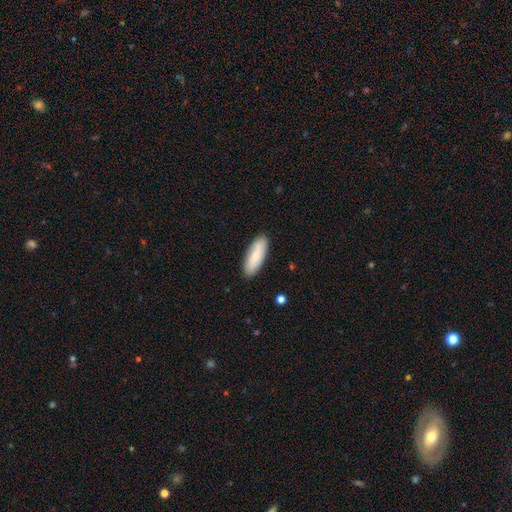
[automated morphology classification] The model was most divided on "how rounded": in between: 61%, cigar-shaped: 37%, round: 2%. More confident: merging — none (86%); smooth or featured — smooth (81%).